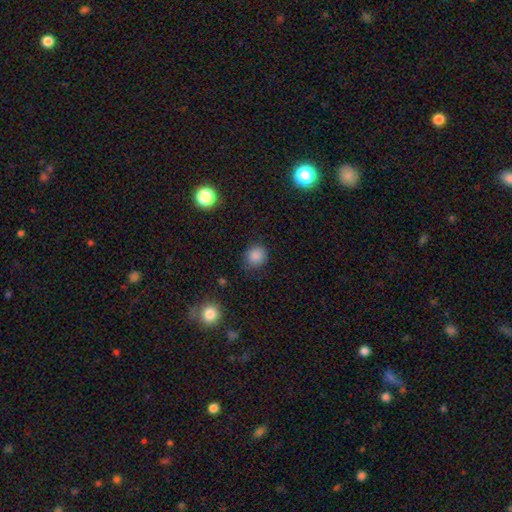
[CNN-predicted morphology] Q: Smooth or featured?
A: smooth (85%); runner-up: star or artifact (11%)
Q: How rounded?
A: round (84%); runner-up: in between (15%)
Q: Merging?
A: none (84%); runner-up: minor disturbance (11%)